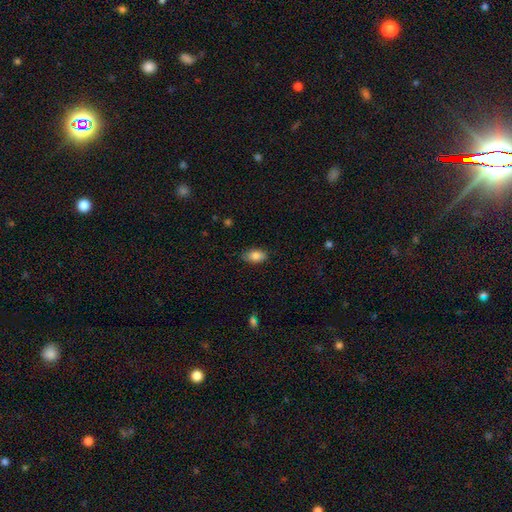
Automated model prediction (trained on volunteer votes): Q: Smooth or featured?
A: smooth (85%); runner-up: featured or disk (8%)
Q: How rounded?
A: in between (91%); runner-up: round (6%)
Q: Merging?
A: none (79%); runner-up: minor disturbance (17%)